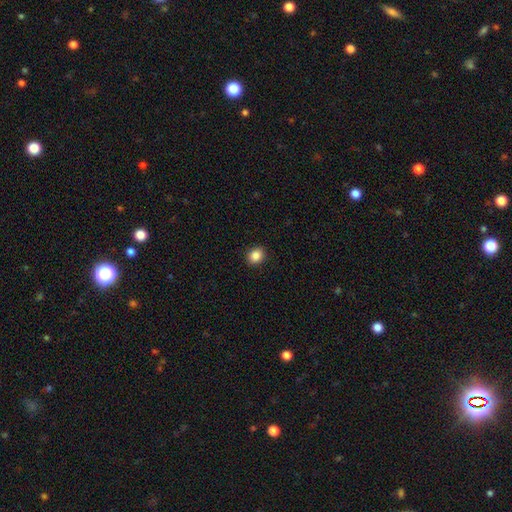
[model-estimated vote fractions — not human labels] A smooth galaxy with no disk features (87%) that is round (64%). Merging: none (91%).